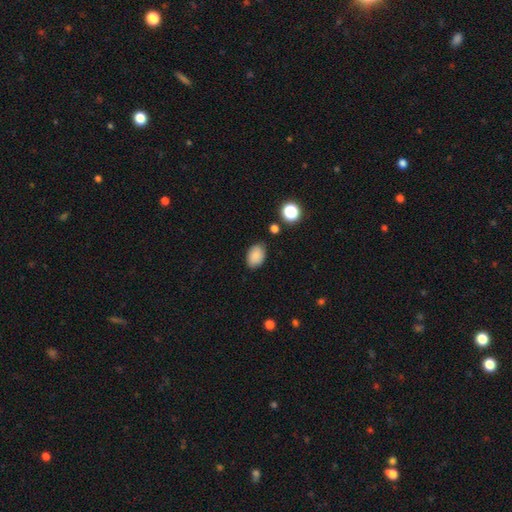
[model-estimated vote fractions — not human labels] Smooth or featured: smooth — 85% (star or artifact — 9%)
How rounded: in between — 84% (round — 15%)
Merging: none — 80% (minor disturbance — 15%)